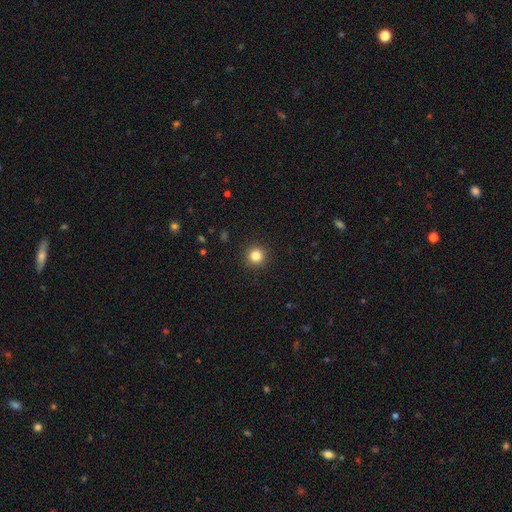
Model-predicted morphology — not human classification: Smooth or featured?
  - smooth: 83% *
  - star or artifact: 12%
  - featured or disk: 5%
How rounded?
  - round: 95% *
  - in between: 4%
  - cigar-shaped: 1%
Merging?
  - none: 93% *
  - minor disturbance: 5%
  - major disturbance: 2%
  - merger: 1%